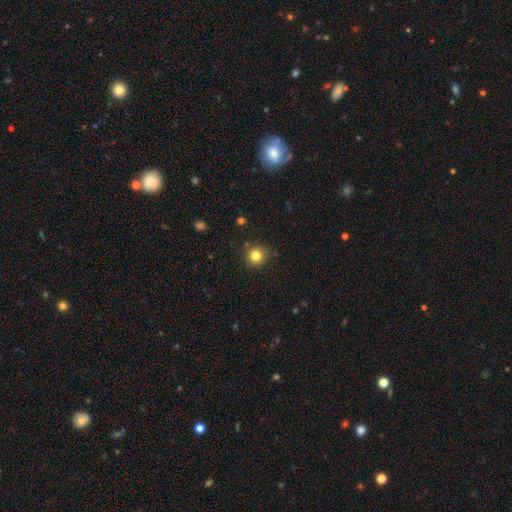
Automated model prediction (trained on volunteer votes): Smooth or featured: smooth — 82% (star or artifact — 12%)
How rounded: round — 93% (in between — 6%)
Merging: none — 87% (minor disturbance — 9%)